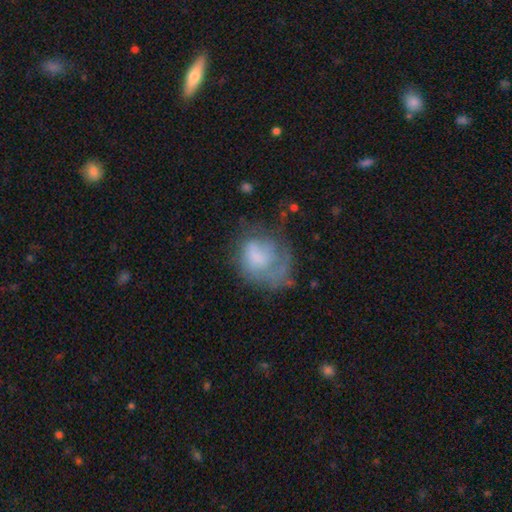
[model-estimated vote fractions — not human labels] Smooth or featured? smooth (49%)
Merging? major disturbance (37%)